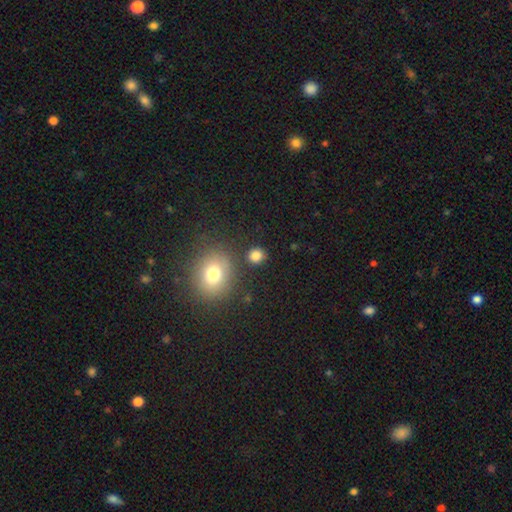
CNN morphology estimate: smooth_or_featured: smooth (p=0.83) [alt: star or artifact p=0.12]
how_rounded: round (p=0.83) [alt: in between p=0.16]
merging: none (p=0.85) [alt: minor disturbance p=0.08]